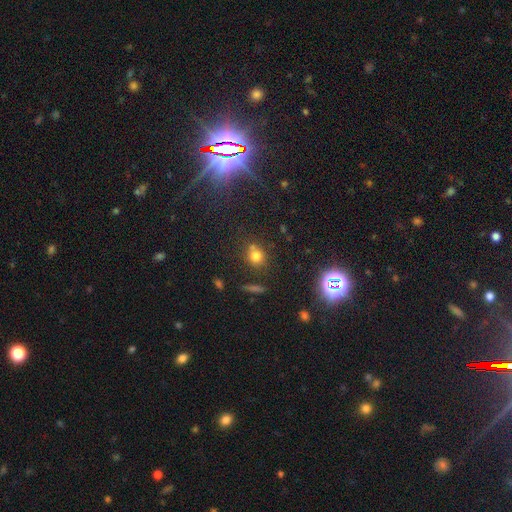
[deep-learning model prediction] smooth_or_featured: smooth (p=0.71) [alt: star or artifact p=0.20]
how_rounded: round (p=0.74) [alt: in between p=0.24]
merging: none (p=0.65) [alt: merger p=0.16]